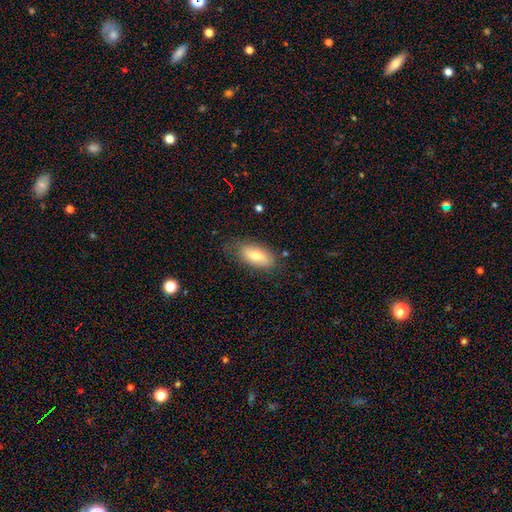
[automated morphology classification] smooth 72%, featured or disk 21%, star or artifact 7%. Down the decision tree: how rounded — in between (89%); merging — none (73%).